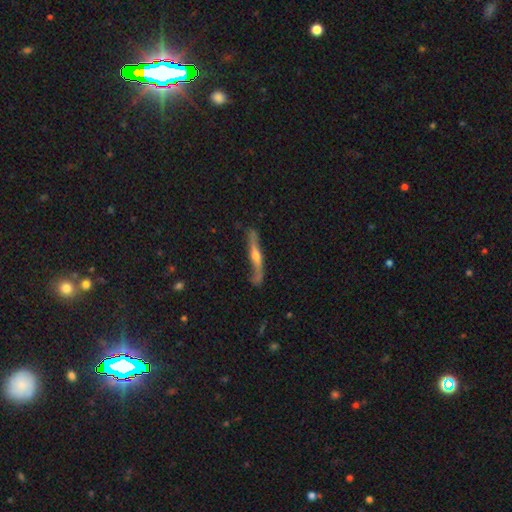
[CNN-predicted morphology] Smooth or featured: featured or disk — 74% (smooth — 19%)
Edge-on disk: yes — 85% (no — 15%)
Edge-on bulge: rounded — 86% (none — 9%)
Merging: none — 74% (minor disturbance — 19%)